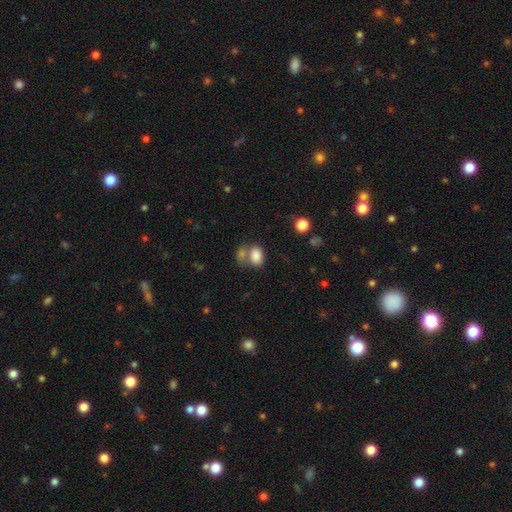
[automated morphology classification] This appears to be a smooth galaxy with no disk features (84%) that is in between round and cigar-shaped (79%). Merging: none (41%).